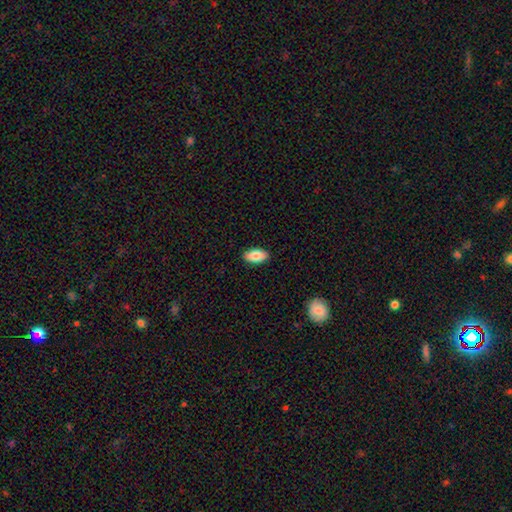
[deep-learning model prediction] smooth_or_featured: smooth (p=0.84) [alt: featured or disk p=0.09]
how_rounded: in between (p=0.94) [alt: cigar-shaped p=0.03]
merging: none (p=0.89) [alt: minor disturbance p=0.08]